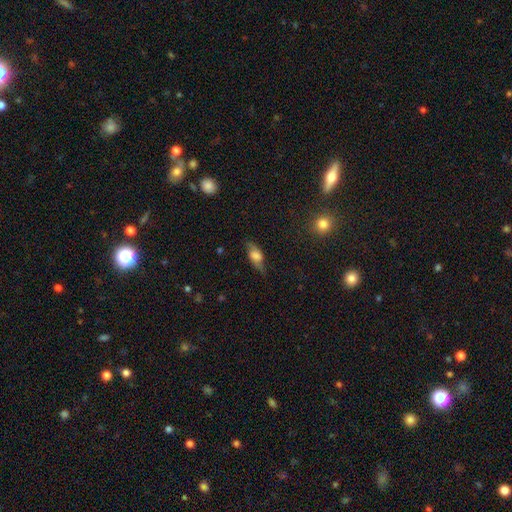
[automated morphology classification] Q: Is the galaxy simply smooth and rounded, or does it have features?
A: smooth — 46%.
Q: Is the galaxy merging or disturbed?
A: none — 68%.